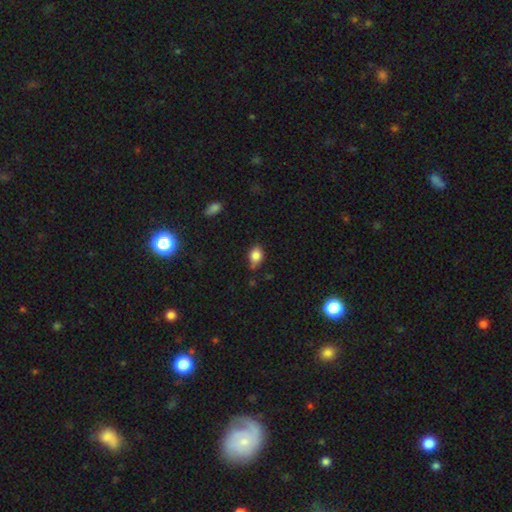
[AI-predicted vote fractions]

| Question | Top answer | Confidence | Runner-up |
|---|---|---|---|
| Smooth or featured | smooth | 84% | star or artifact (10%) |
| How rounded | in between | 60% | round (38%) |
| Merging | none | 66% | minor disturbance (25%) |